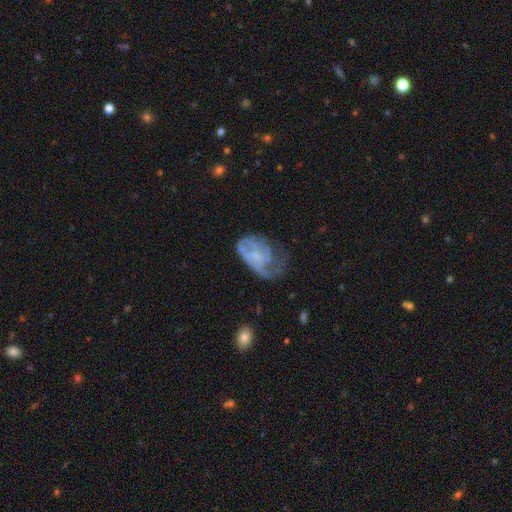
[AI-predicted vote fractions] A featured or disk galaxy (65%) with no bar (68%), spiral arms (74%) and a small central bulge (41%). Merging: major disturbance (40%).